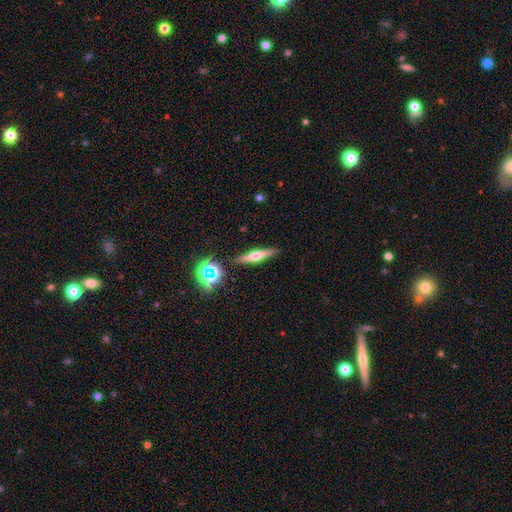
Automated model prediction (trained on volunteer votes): Smooth or featured? Predicted: featured or disk (p=0.58). Edge-on disk? Predicted: yes (p=0.95). Edge-on bulge? Predicted: rounded (p=0.91). Merging? Predicted: none (p=0.89).